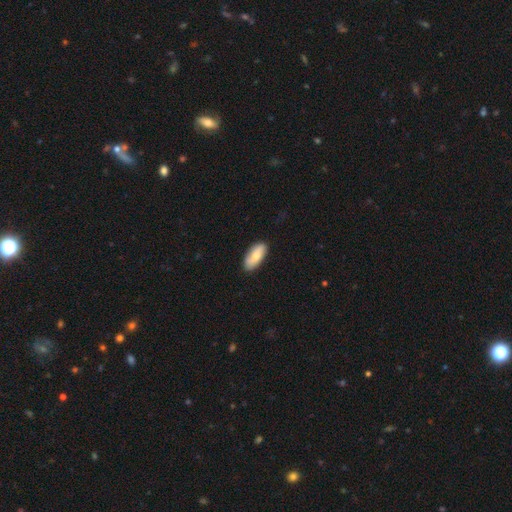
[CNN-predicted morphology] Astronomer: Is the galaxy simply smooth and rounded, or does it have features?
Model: smooth — 76%.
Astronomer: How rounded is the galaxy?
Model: in between — 87%.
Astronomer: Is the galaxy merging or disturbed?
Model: none — 85%.